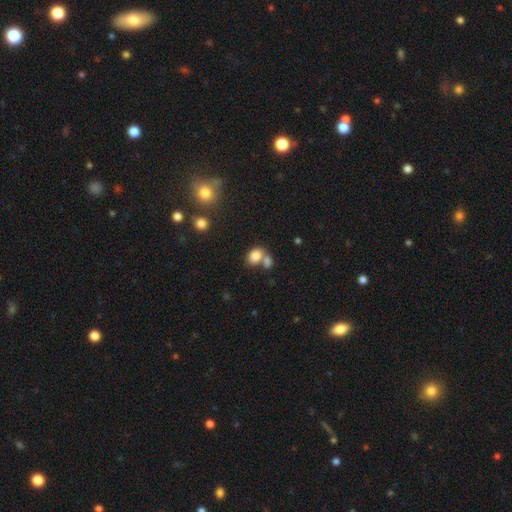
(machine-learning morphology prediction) Smooth or featured? Predicted: smooth (p=0.81). How rounded? Predicted: in between (p=0.69). Merging? Predicted: merger (p=0.46).